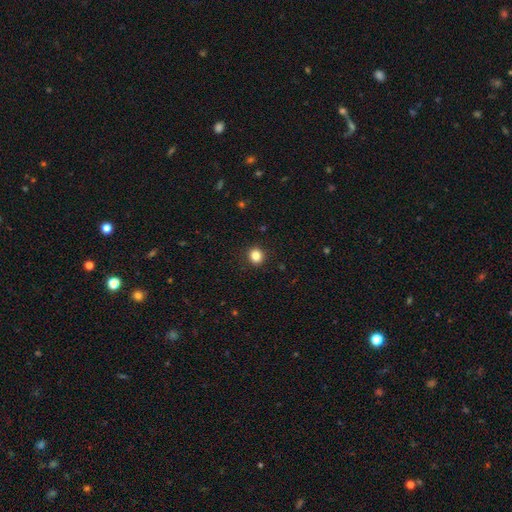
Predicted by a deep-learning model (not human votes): Smooth or featured?
  - smooth: 86% *
  - star or artifact: 11%
  - featured or disk: 4%
How rounded?
  - round: 80% *
  - in between: 19%
  - cigar-shaped: 1%
Merging?
  - none: 91% *
  - minor disturbance: 6%
  - major disturbance: 2%
  - merger: 1%